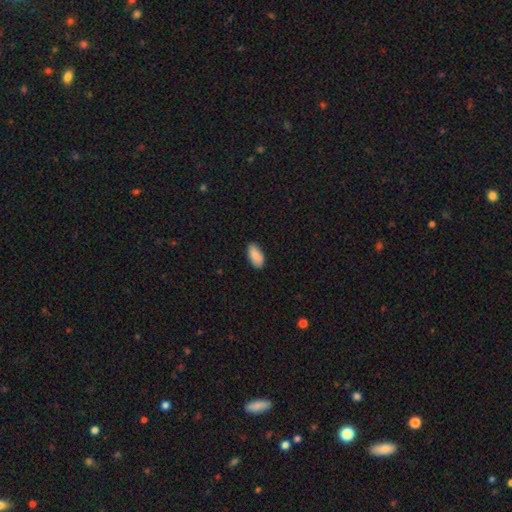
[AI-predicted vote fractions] Overall: smooth (89%). How rounded: in between (94%). Merging: none (86%).